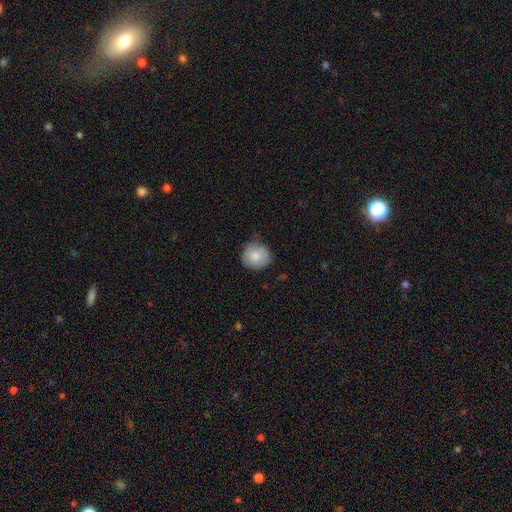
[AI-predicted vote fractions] A smooth galaxy with no disk features (83%) that is round (88%).

Vote fractions:
- Smooth or featured? smooth: 83% / featured or disk: 11% / star or artifact: 7%
- How rounded? round: 88% / in between: 11% / cigar-shaped: 1%
- Merging? none: 78% / minor disturbance: 18% / major disturbance: 3% / merger: 1%